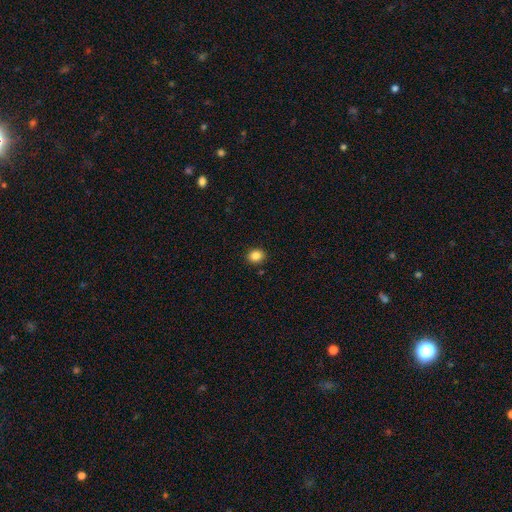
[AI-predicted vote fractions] This appears to be a smooth galaxy with no disk features (86%) that is round (64%). Merging: none (89%).